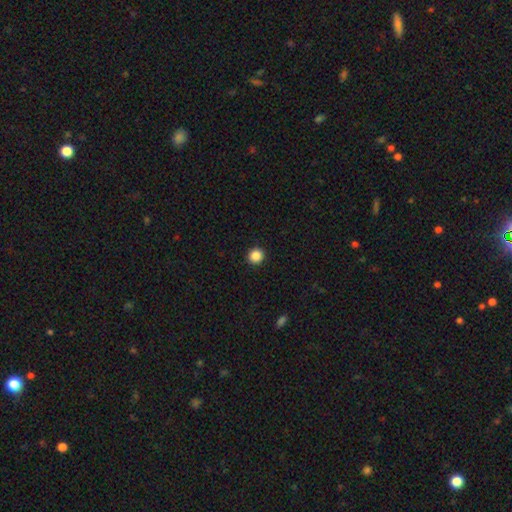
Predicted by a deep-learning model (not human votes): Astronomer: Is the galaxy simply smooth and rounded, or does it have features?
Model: smooth — 87%.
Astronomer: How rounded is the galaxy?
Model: round — 93%.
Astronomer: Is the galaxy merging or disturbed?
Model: none — 93%.